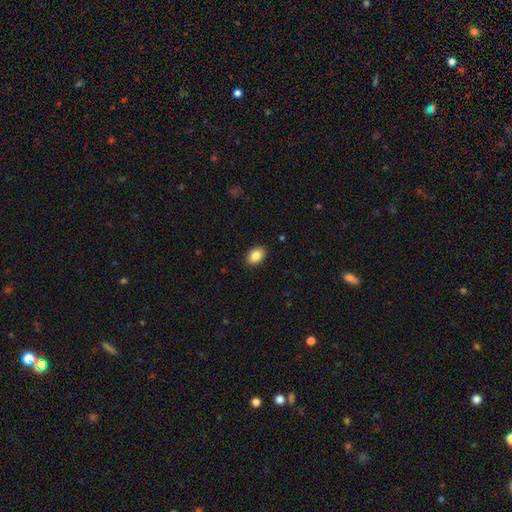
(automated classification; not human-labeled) This is clearly a smooth galaxy (85%). How rounded: clearly in between (81%). Merging: clearly none (89%).